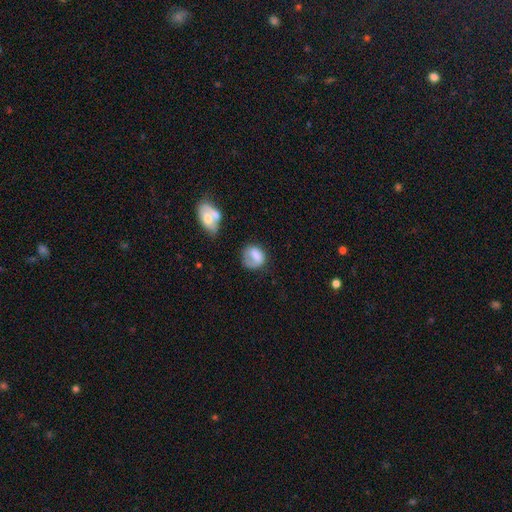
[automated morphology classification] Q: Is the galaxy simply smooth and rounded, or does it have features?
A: smooth — 69%.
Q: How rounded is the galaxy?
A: round — 61%.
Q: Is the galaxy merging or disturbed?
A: none — 43%.